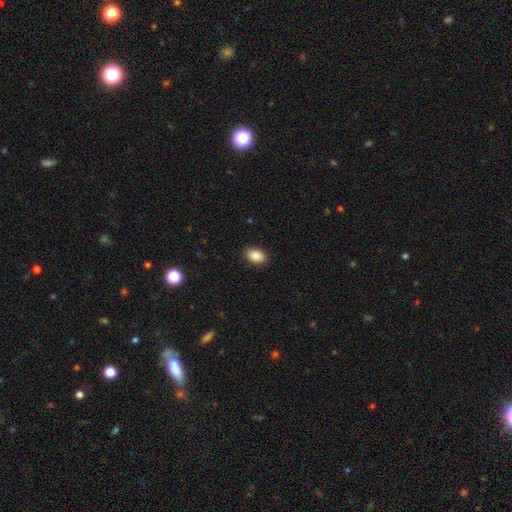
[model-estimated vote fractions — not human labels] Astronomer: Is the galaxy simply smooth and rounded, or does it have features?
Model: smooth — 88%.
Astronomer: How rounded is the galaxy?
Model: in between — 89%.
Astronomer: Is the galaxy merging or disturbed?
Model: none — 89%.